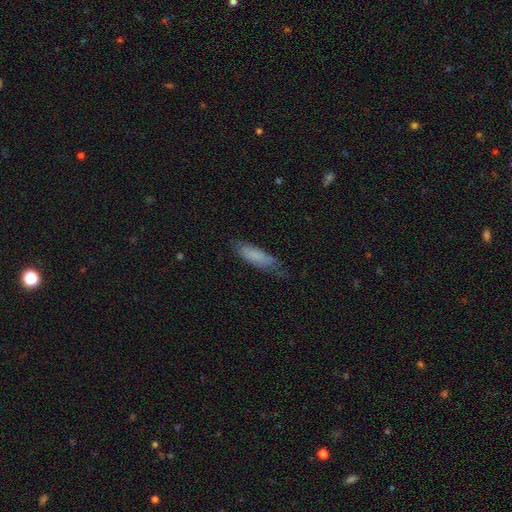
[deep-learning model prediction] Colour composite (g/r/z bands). It shows a smooth galaxy with no disk features (77%) that is cigar-shaped (58%). Merging: none (62%).